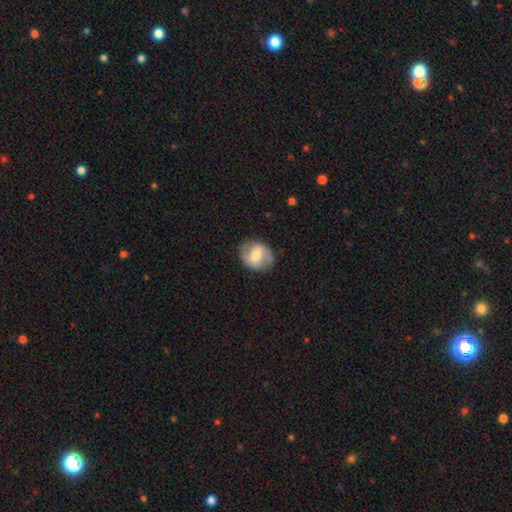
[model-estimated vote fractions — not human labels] This appears to be a featured or disk galaxy (50%). Merging: none (81%).